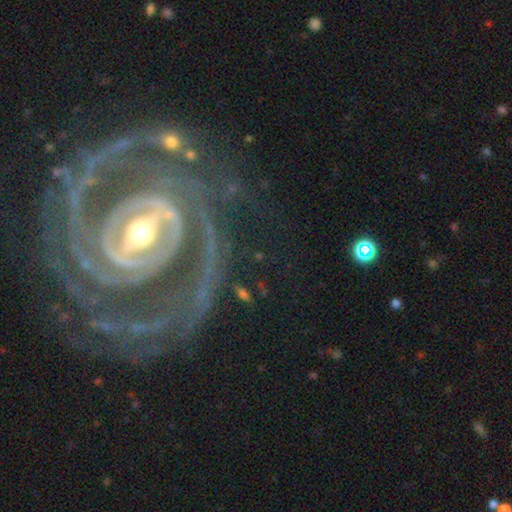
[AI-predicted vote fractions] Smooth or featured? Predicted: featured or disk (p=0.92). Edge-on disk? Predicted: no (p=0.97). Bar? Predicted: strong (p=0.56). Spiral arms? Predicted: yes (p=0.98). Spiral winding? Predicted: tight (p=0.73). Spiral arm count? Predicted: 2 (p=0.50). Bulge size? Predicted: moderate (p=0.56). Merging? Predicted: none (p=0.73).